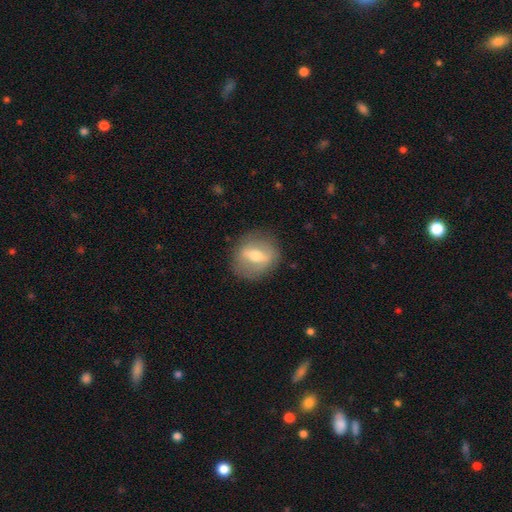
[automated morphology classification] Smooth or featured? Predicted: featured or disk (p=0.51). Edge-on disk? Predicted: no (p=0.80). Merging? Predicted: none (p=0.83).